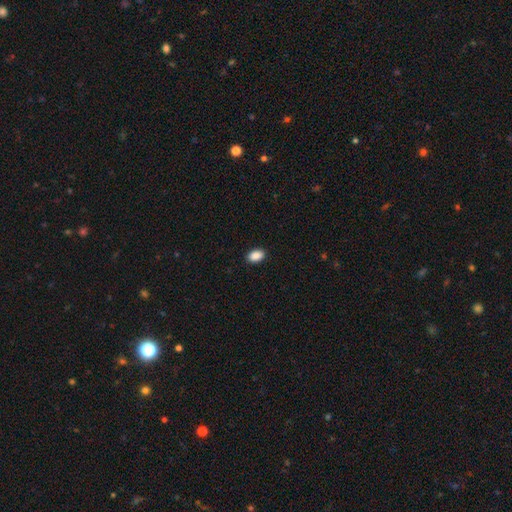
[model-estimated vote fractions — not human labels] Smooth or featured?
  - smooth: 90% *
  - star or artifact: 8%
  - featured or disk: 2%
How rounded?
  - in between: 88% *
  - round: 11%
  - cigar-shaped: 1%
Merging?
  - none: 90% *
  - minor disturbance: 7%
  - major disturbance: 2%
  - merger: 1%